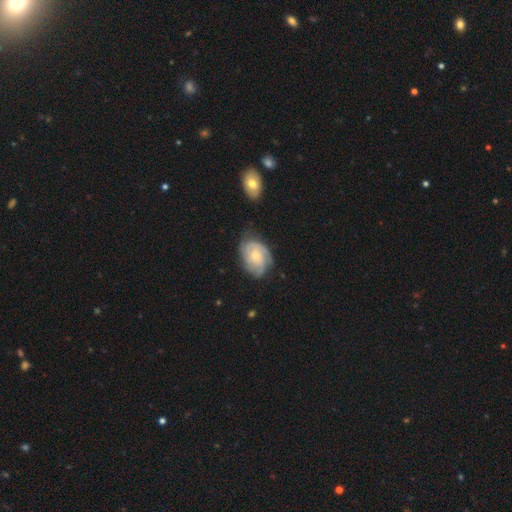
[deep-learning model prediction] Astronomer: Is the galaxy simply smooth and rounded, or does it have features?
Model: featured or disk — 68%.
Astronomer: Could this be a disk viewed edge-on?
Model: no — 97%.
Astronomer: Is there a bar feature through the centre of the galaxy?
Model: no — 75%.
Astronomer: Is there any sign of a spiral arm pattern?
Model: yes — 89%.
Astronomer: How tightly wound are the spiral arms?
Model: tight — 56% (runner-up: medium, 33%).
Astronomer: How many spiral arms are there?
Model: can't tell — 36% (runner-up: 3, 24%).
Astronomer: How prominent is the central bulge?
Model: small — 52% (runner-up: moderate, 43%).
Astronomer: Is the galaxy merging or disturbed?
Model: none — 62%.